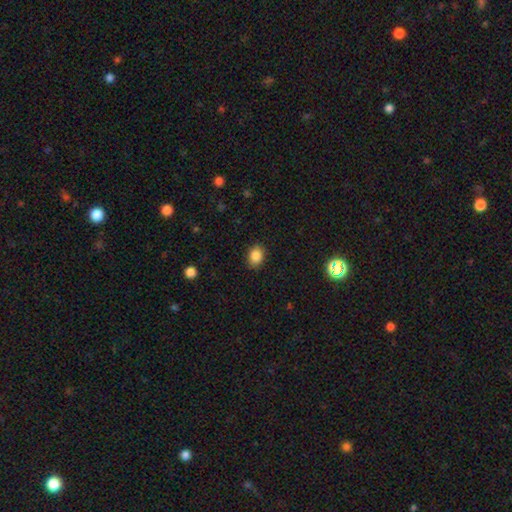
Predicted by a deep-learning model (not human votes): Morphology: type=smooth (86%); roundness=in between (59%); merging=none (88%).